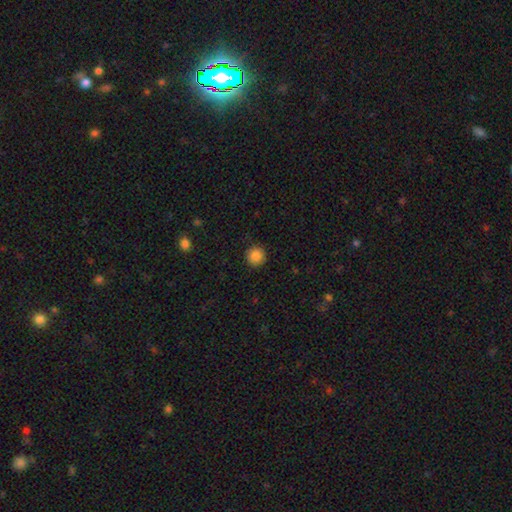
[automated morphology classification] Smooth or featured?
  - smooth: 86% *
  - star or artifact: 10%
  - featured or disk: 4%
How rounded?
  - round: 95% *
  - in between: 4%
  - cigar-shaped: 1%
Merging?
  - none: 91% *
  - minor disturbance: 6%
  - major disturbance: 2%
  - merger: 1%